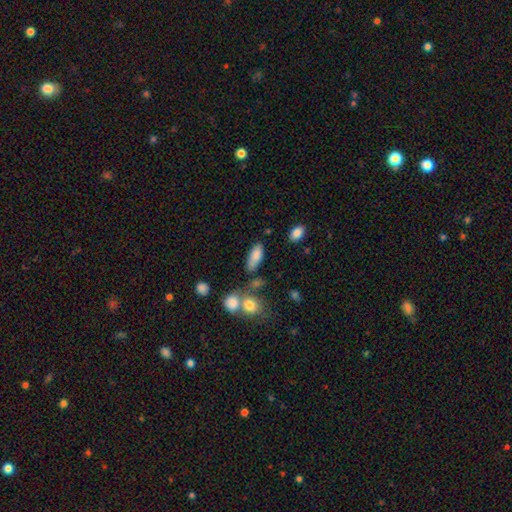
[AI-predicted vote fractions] Morphology: type=smooth (82%); roundness=in between (82%); merging=none (59%).